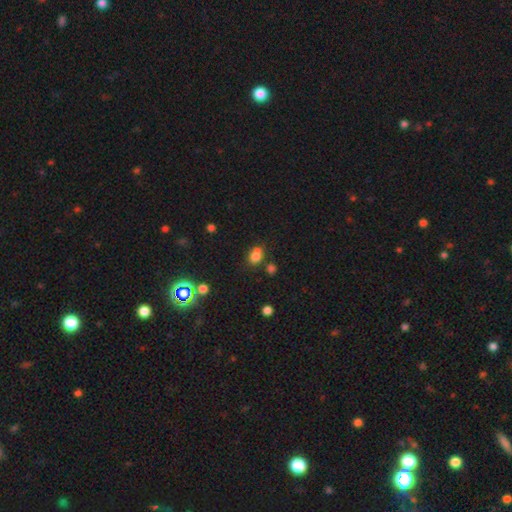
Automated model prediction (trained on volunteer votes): smooth-or-featured: smooth: 73% | star or artifact: 18% | featured or disk: 9%
  how-rounded: round: 52% | in between: 46% | cigar-shaped: 1%
  merging: none: 52% | merger: 26% | minor disturbance: 16% | major disturbance: 5%